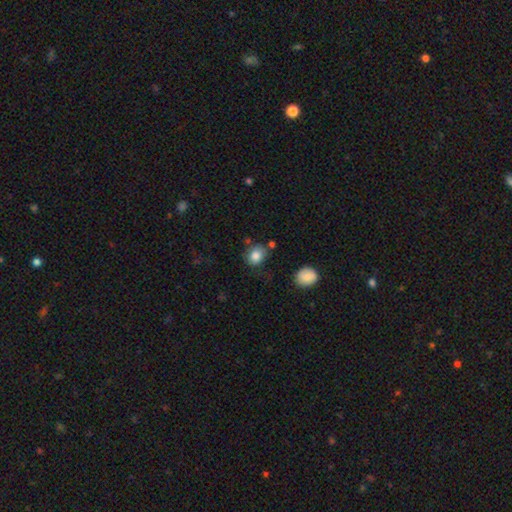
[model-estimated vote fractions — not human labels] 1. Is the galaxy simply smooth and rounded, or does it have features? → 84% smooth, 9% star or artifact, 7% featured or disk.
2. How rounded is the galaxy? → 53% round, 46% in between, 1% cigar-shaped.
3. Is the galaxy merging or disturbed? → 71% none, 18% minor disturbance, 6% merger, 5% major disturbance.